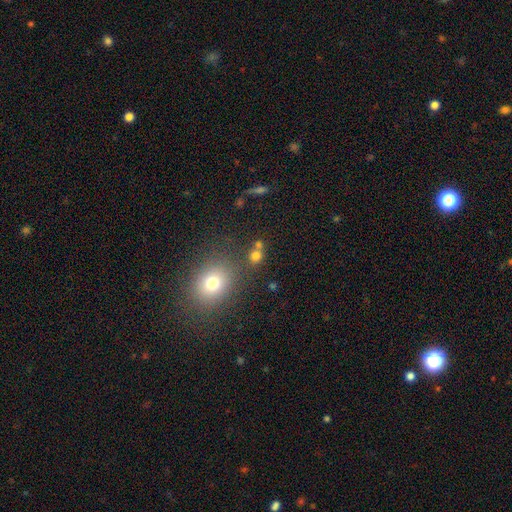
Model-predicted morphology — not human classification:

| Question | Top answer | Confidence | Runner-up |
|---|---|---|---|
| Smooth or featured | smooth | 74% | star or artifact (17%) |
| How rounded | round | 73% | in between (25%) |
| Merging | none | 61% | merger (25%) |